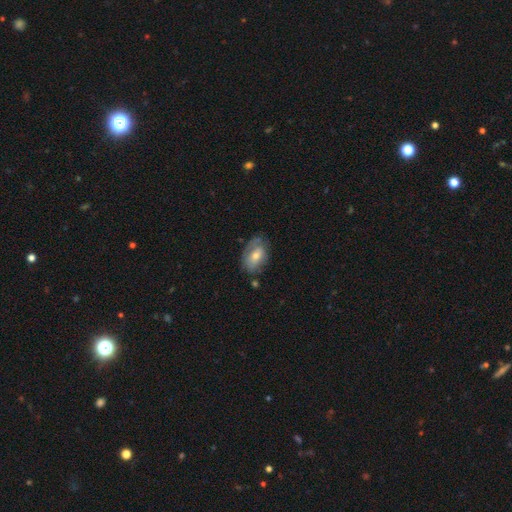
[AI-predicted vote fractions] This is possibly a smooth galaxy (56%). How rounded: clearly in between (87%). Merging: likely none (61%).